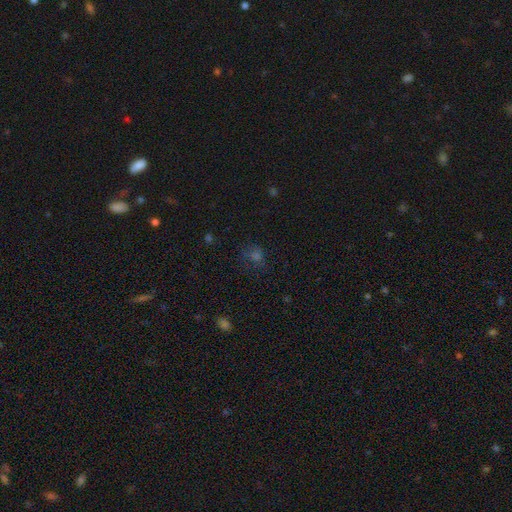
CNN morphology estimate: The model was most divided on "smooth or featured": smooth: 45%, star or artifact: 40%, featured or disk: 15%. More confident: merging — none (68%).